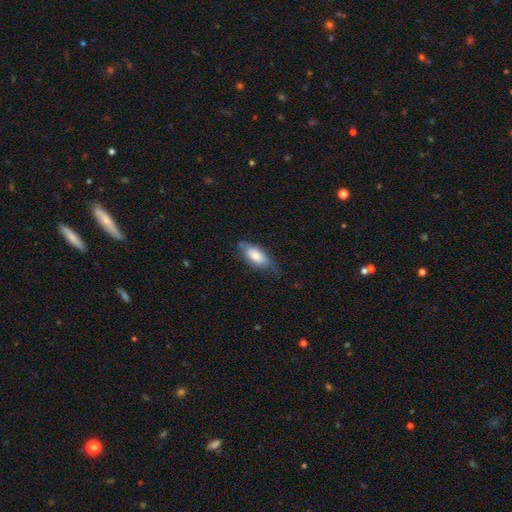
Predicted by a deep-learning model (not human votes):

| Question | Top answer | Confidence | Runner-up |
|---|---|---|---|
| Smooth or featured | smooth | 72% | featured or disk (22%) |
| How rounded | in between | 82% | cigar-shaped (16%) |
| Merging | none | 55% | minor disturbance (34%) |